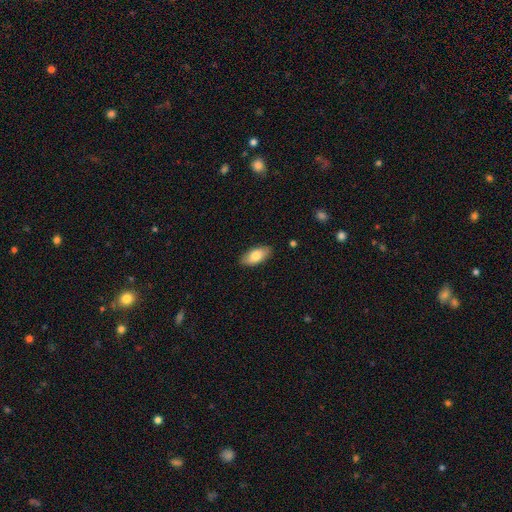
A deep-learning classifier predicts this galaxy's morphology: smooth 82%, featured or disk 12%, star or artifact 6%. Down the decision tree: how rounded — in between (91%); merging — none (87%).